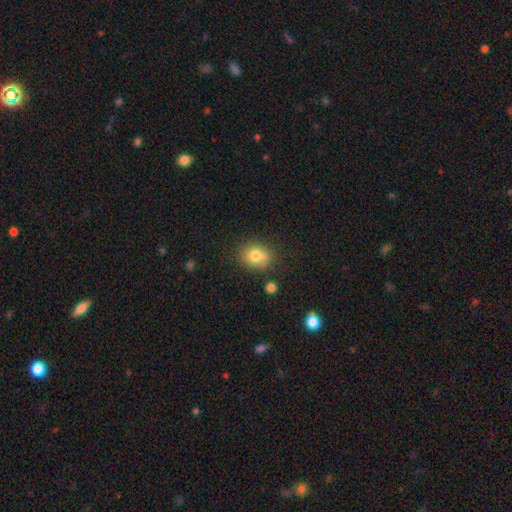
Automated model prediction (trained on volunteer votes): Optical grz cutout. It shows a smooth galaxy with no disk features (78%) that is round (58%). Merging: none (67%).